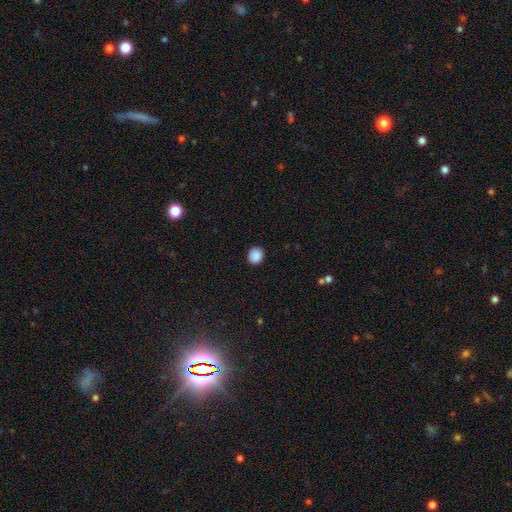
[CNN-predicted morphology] A smooth galaxy with no disk features (89%) that is round (79%). Merging: none (91%).